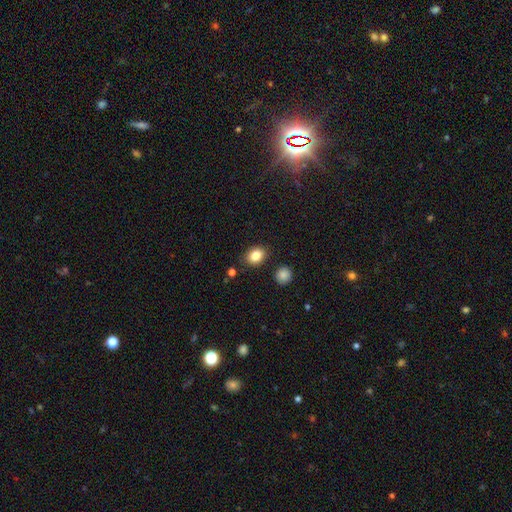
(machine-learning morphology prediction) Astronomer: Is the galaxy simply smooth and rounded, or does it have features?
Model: smooth — 85%.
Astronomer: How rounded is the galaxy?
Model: in between — 61% (runner-up: round, 38%).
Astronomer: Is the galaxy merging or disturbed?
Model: none — 85%.